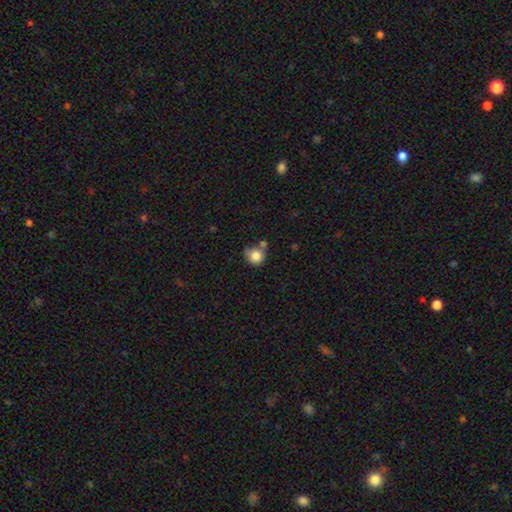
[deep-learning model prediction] The model was most divided on "merging": none: 51%, minor disturbance: 22%, merger: 20%, major disturbance: 7%. More confident: how rounded — round (86%); smooth or featured — smooth (83%).